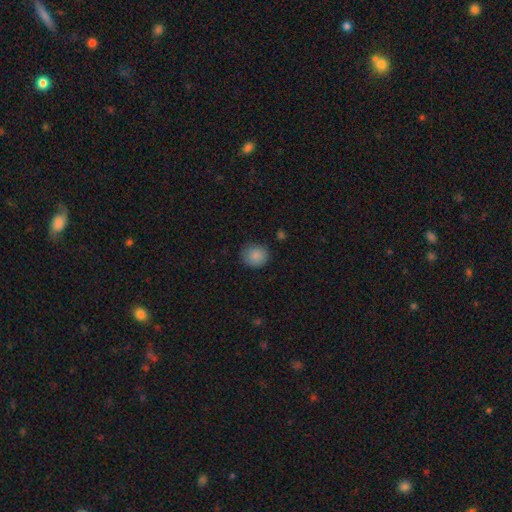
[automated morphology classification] The model was most divided on "merging": none: 82%, minor disturbance: 13%, major disturbance: 3%, merger: 1%. More confident: smooth or featured — smooth (87%); how rounded — round (84%).